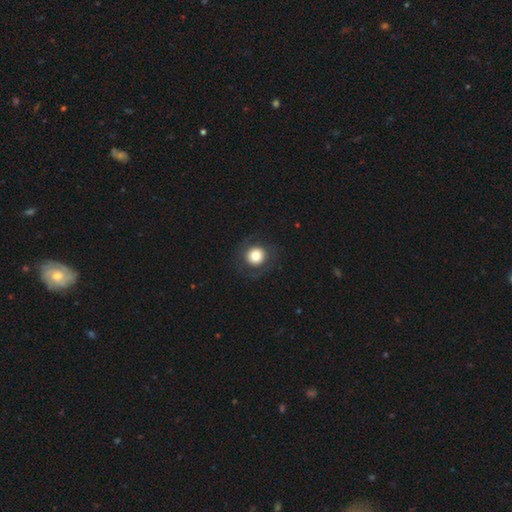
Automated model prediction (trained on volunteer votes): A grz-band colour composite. It shows a smooth galaxy with no disk features (72%) that is round (92%). Merging: none (84%).